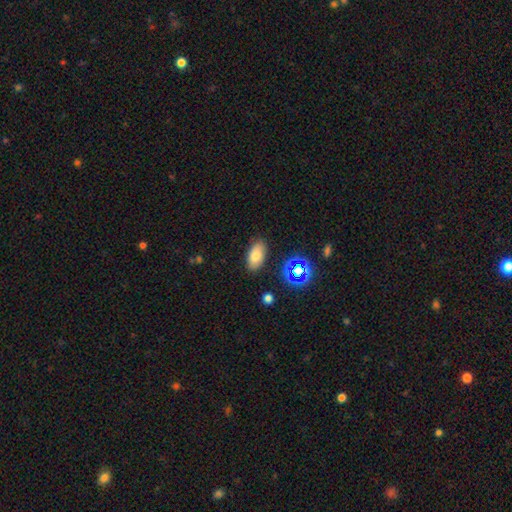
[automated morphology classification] Overall: smooth (77%). How rounded: in between (91%). Merging: none (85%).